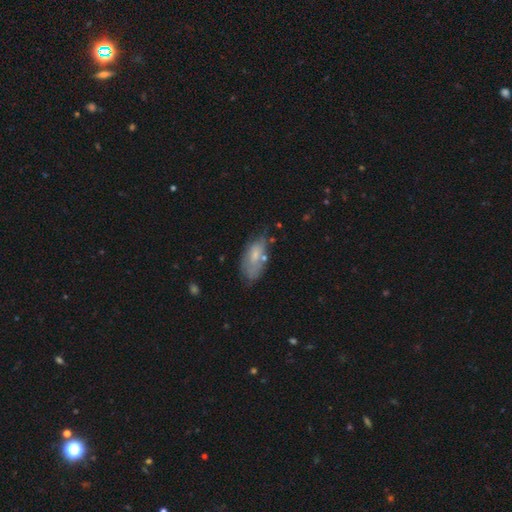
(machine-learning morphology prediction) A smooth galaxy with no disk features (61%) that is in between round and cigar-shaped (88%). Merging: none (52%).